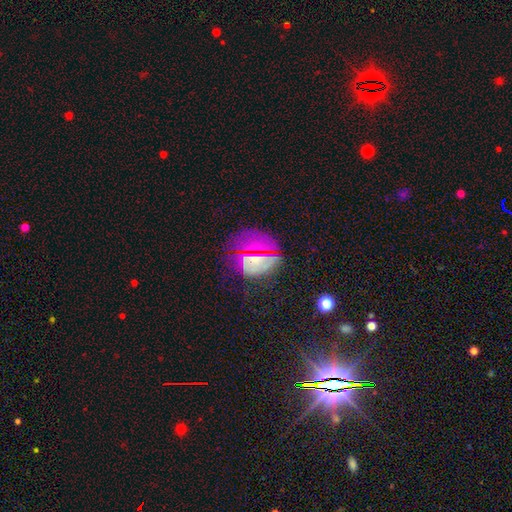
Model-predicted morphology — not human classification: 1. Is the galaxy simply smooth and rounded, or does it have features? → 41% featured or disk, 31% smooth, 28% star or artifact.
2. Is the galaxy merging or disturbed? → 53% none, 21% minor disturbance, 20% major disturbance, 6% merger.